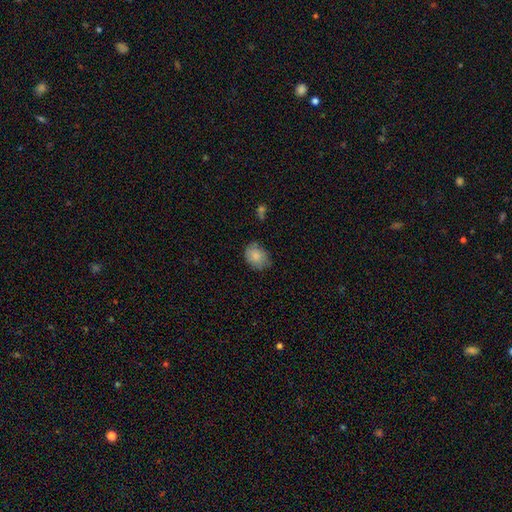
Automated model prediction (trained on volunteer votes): smooth 84%, featured or disk 9%, star or artifact 7%. Down the decision tree: how rounded — in between (62%); merging — none (68%).